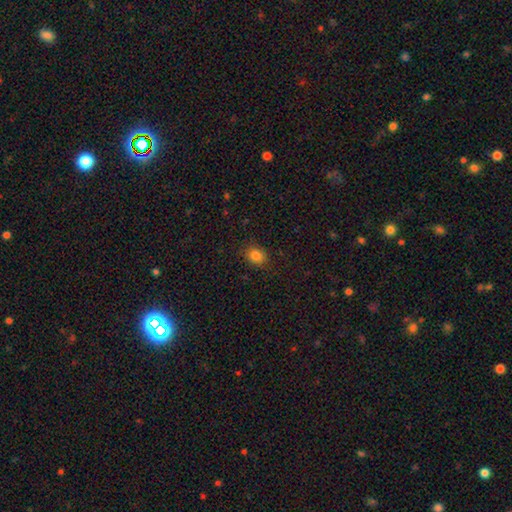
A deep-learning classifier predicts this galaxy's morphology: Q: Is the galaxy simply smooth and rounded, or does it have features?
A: smooth — 83%.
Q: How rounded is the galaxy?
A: round — 50%.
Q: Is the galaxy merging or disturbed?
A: none — 88%.